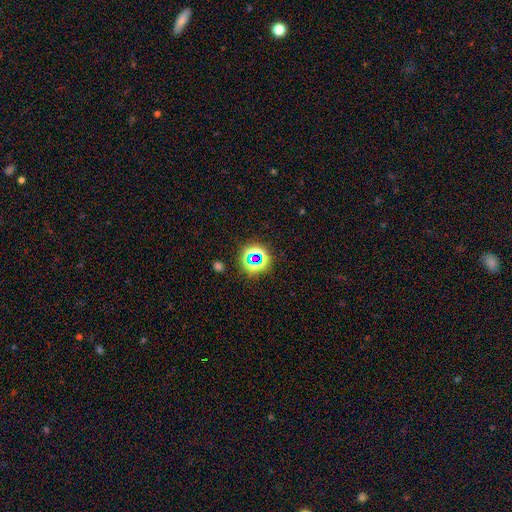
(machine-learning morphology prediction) A star or artifact, not a galaxy (66%).